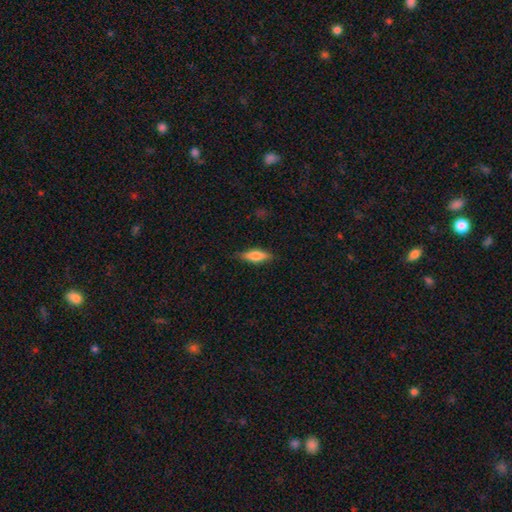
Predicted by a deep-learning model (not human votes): Smooth or featured: smooth — 67% (featured or disk — 26%)
How rounded: cigar-shaped — 49% (in between — 48%)
Merging: none — 82% (minor disturbance — 14%)